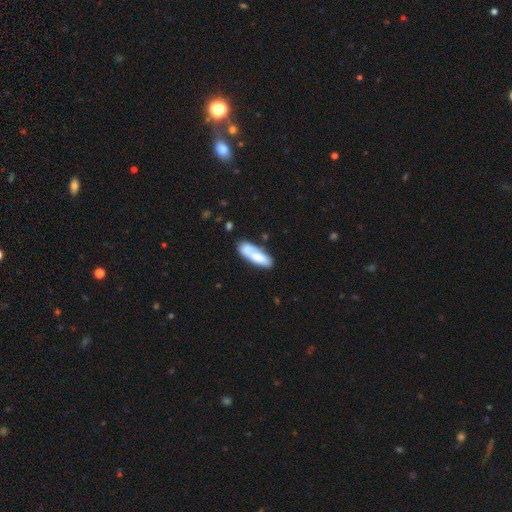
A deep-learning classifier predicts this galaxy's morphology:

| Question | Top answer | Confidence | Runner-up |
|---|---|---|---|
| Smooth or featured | smooth | 70% | featured or disk (24%) |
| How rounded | in between | 58% | cigar-shaped (40%) |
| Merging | none | 58% | minor disturbance (21%) |